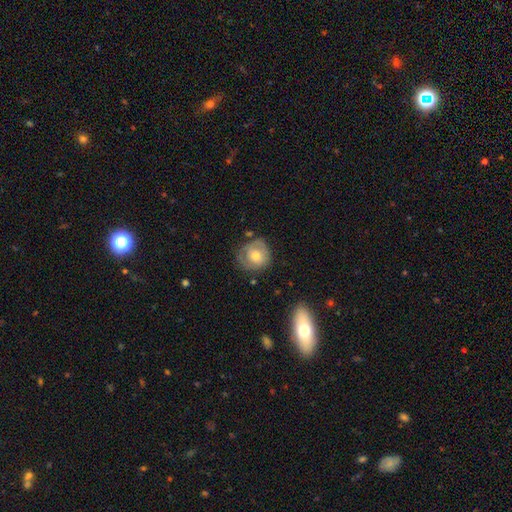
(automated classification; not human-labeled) Overall: smooth (56%; featured or disk 37%). How rounded: round (83%). Merging: none (62%; minor disturbance 26%).